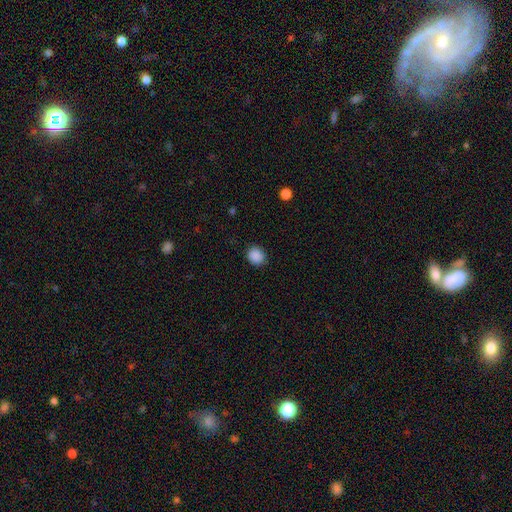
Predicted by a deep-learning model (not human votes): Smooth or featured: smooth — 89% (star or artifact — 9%)
How rounded: round — 71% (in between — 28%)
Merging: none — 88% (minor disturbance — 8%)